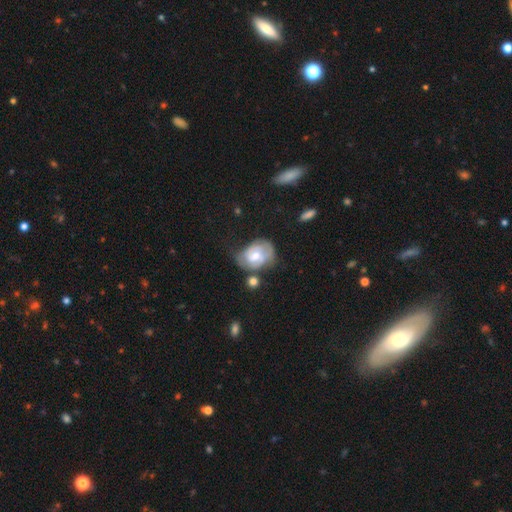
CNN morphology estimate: featured or disk 49%, smooth 44%, star or artifact 7%. Down the decision tree: merging — none (35%).